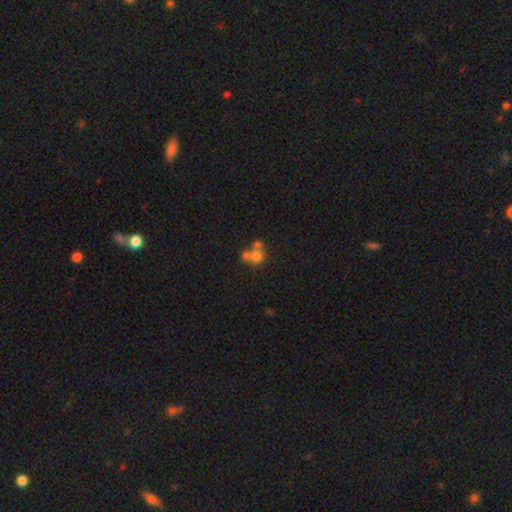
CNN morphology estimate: This is likely a smooth galaxy (68%). How rounded: clearly round (83%). Merging: possibly merger (50%).